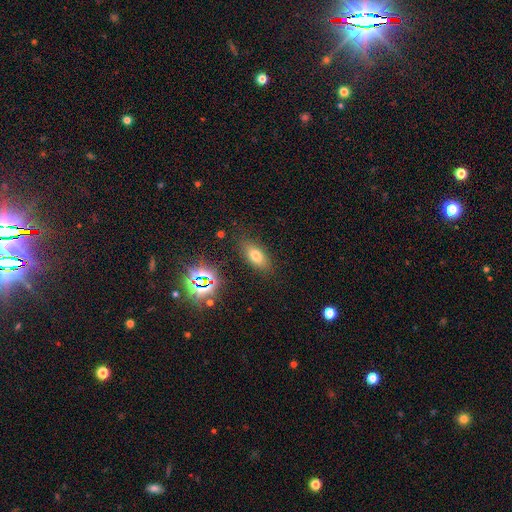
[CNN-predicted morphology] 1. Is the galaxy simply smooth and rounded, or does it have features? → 69% smooth, 17% star or artifact, 14% featured or disk.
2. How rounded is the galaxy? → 80% in between, 13% cigar-shaped, 7% round.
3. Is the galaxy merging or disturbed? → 84% none, 11% minor disturbance, 4% major disturbance, 2% merger.